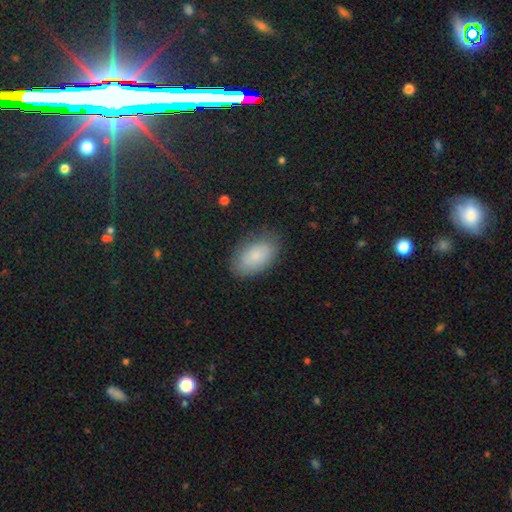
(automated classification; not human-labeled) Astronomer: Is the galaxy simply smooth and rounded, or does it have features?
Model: smooth — 83%.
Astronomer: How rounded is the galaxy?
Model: in between — 93%.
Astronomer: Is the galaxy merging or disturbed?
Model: none — 81%.